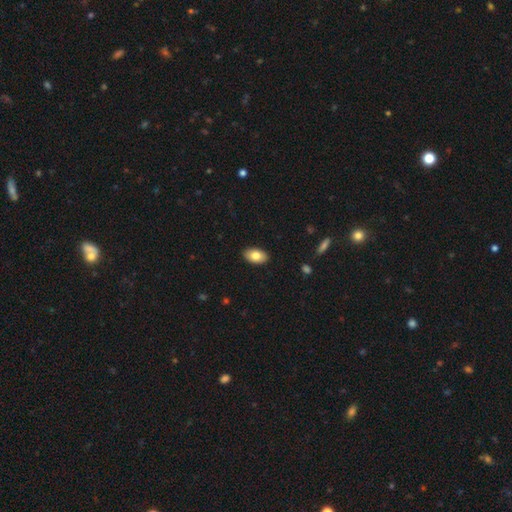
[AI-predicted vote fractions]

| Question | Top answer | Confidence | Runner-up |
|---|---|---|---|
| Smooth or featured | smooth | 81% | featured or disk (12%) |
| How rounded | in between | 93% | round (5%) |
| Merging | none | 90% | minor disturbance (8%) |